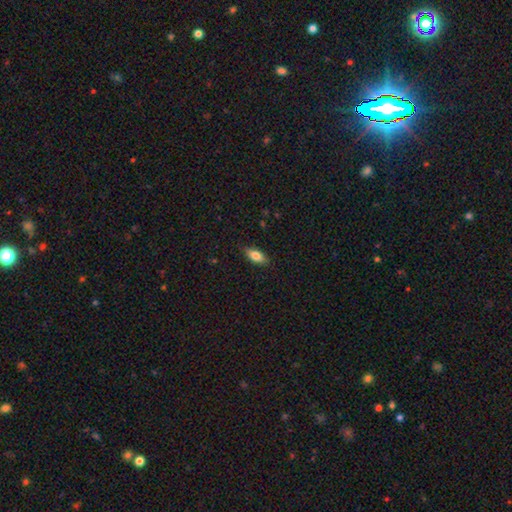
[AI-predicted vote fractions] This is clearly a smooth galaxy (82%). How rounded: clearly in between (86%). Merging: clearly none (85%).